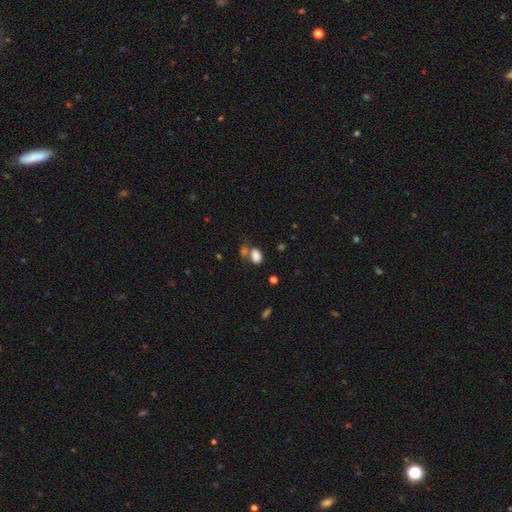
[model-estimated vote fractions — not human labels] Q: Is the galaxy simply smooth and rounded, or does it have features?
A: smooth — 83%.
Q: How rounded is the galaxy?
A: in between — 80%.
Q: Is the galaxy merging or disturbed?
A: none — 48%.